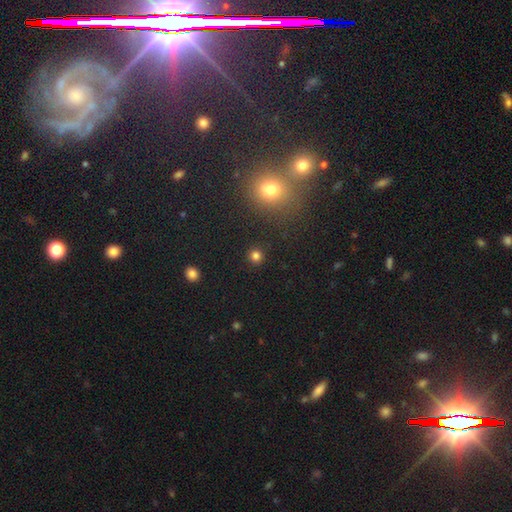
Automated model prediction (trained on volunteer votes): This appears to be a smooth galaxy with no disk features (81%) that is round (92%). Merging: none (90%).